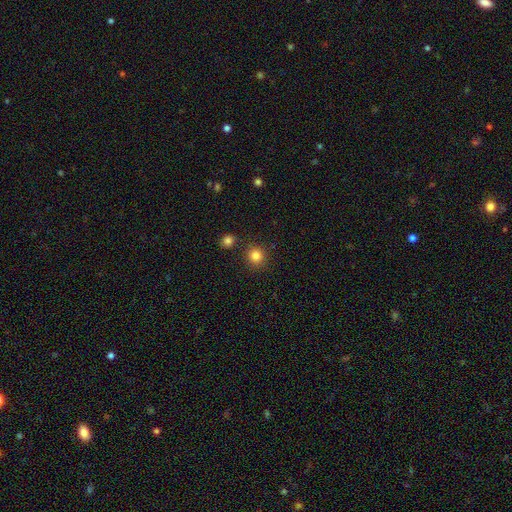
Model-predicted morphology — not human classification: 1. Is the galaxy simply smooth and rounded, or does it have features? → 83% smooth, 12% star or artifact, 5% featured or disk.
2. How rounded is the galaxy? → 92% round, 8% in between, 1% cigar-shaped.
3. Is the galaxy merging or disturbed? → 85% none, 7% minor disturbance, 5% merger, 3% major disturbance.